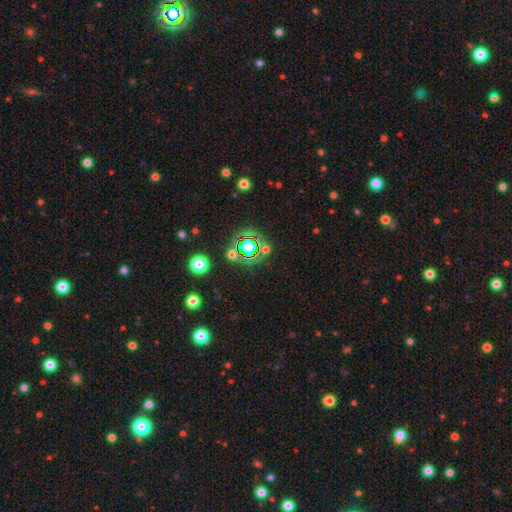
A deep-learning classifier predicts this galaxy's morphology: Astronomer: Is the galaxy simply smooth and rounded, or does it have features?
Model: star or artifact — 79%.